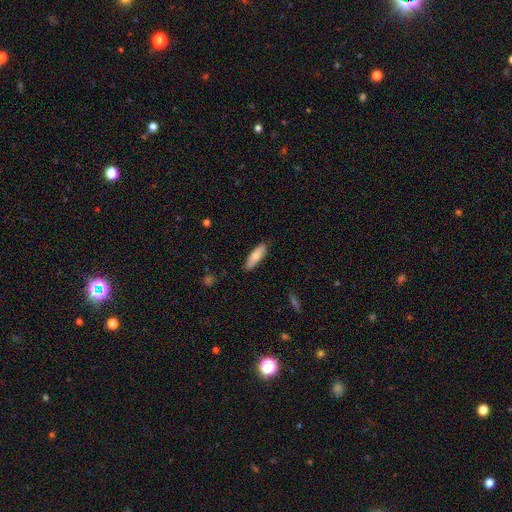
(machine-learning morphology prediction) A smooth galaxy with no disk features (77%) that is in between round and cigar-shaped (51%).

Vote fractions:
- Smooth or featured? smooth: 77% / featured or disk: 17% / star or artifact: 6%
- How rounded? in between: 51% / cigar-shaped: 47% / round: 2%
- Merging? none: 86% / minor disturbance: 11% / major disturbance: 2% / merger: 1%